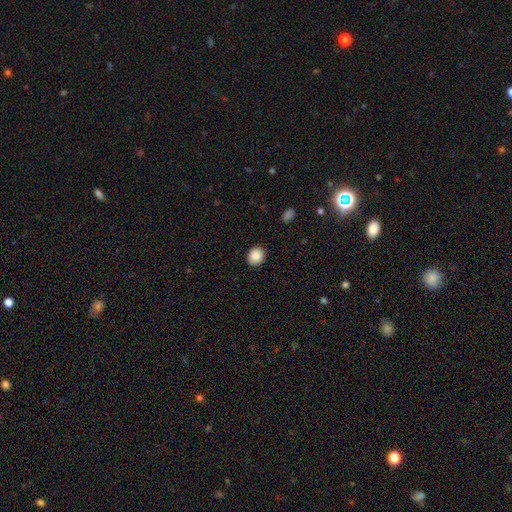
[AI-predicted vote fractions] A smooth galaxy with no disk features (88%) that is round (67%). Merging: none (90%).